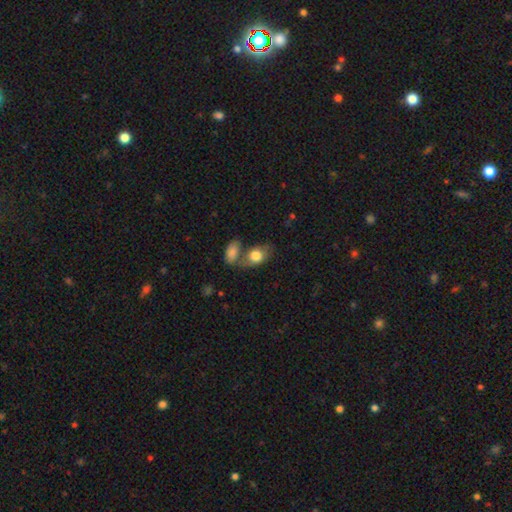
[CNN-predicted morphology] Smooth or featured? Predicted: smooth (p=0.78). How rounded? Predicted: in between (p=0.80). Merging? Predicted: none (p=0.42).